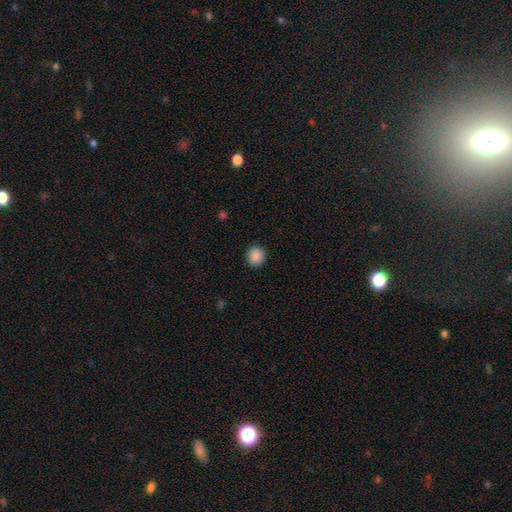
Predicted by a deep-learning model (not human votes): smooth-or-featured: smooth: 89% | star or artifact: 9% | featured or disk: 2%
  how-rounded: round: 83% | in between: 16% | cigar-shaped: 1%
  merging: none: 91% | minor disturbance: 6% | major disturbance: 2% | merger: 1%